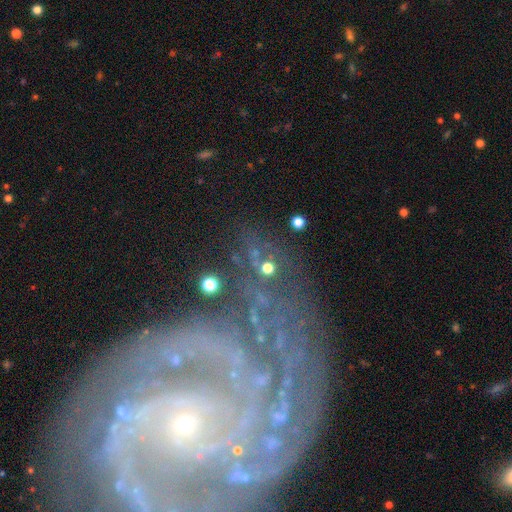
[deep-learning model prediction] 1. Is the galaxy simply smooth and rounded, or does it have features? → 42% featured or disk, 34% star or artifact, 25% smooth.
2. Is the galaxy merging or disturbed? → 66% none, 15% minor disturbance, 13% major disturbance, 7% merger.